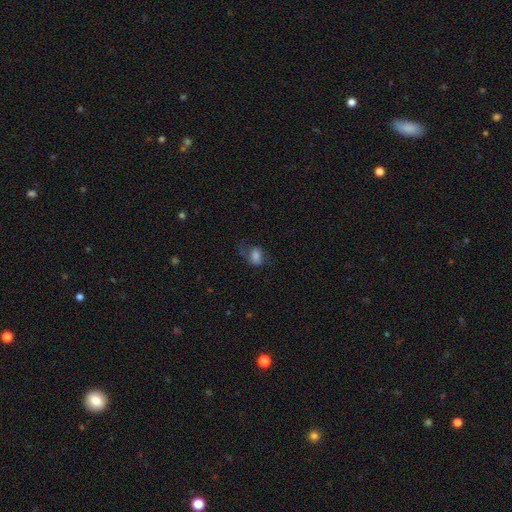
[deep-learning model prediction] smooth 62%, featured or disk 27%, star or artifact 11%. Down the decision tree: how rounded — in between (76%); merging — none (43%).